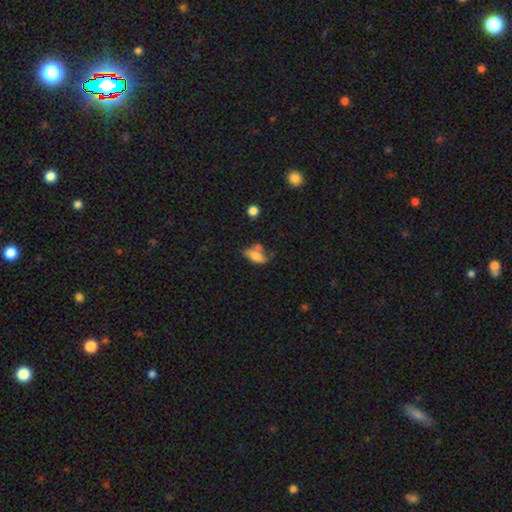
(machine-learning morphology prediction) Smooth or featured: smooth — 70% (featured or disk — 20%)
How rounded: in between — 77% (cigar-shaped — 18%)
Merging: none — 43% (minor disturbance — 23%)